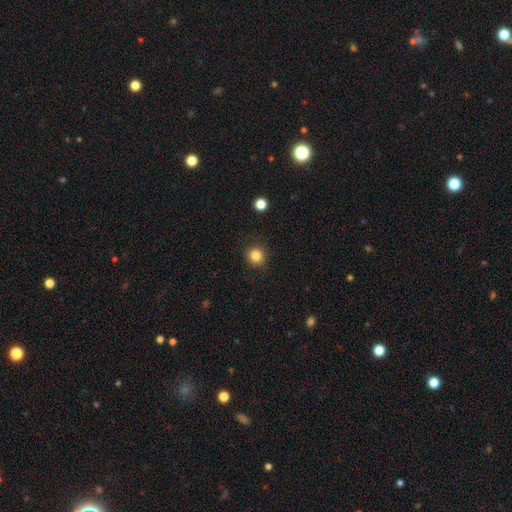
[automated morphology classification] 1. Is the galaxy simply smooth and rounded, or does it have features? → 83% smooth, 11% star or artifact, 5% featured or disk.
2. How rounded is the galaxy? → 90% round, 9% in between, 1% cigar-shaped.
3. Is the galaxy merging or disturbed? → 90% none, 7% minor disturbance, 2% major disturbance, 1% merger.